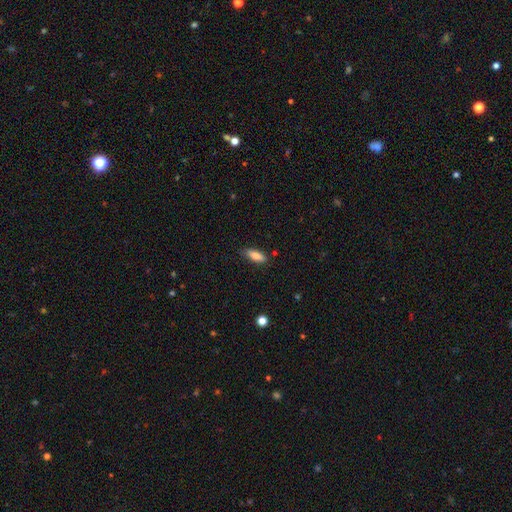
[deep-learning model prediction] This is clearly a smooth galaxy (83%). How rounded: likely in between (62%). Merging: clearly none (83%).